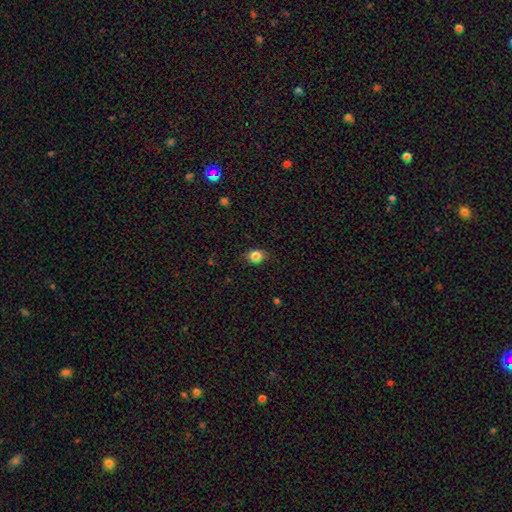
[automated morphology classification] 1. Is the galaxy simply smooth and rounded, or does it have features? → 85% smooth, 10% star or artifact, 6% featured or disk.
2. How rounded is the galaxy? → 50% round, 49% in between, 1% cigar-shaped.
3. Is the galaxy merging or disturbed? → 83% none, 13% minor disturbance, 3% major disturbance, 1% merger.